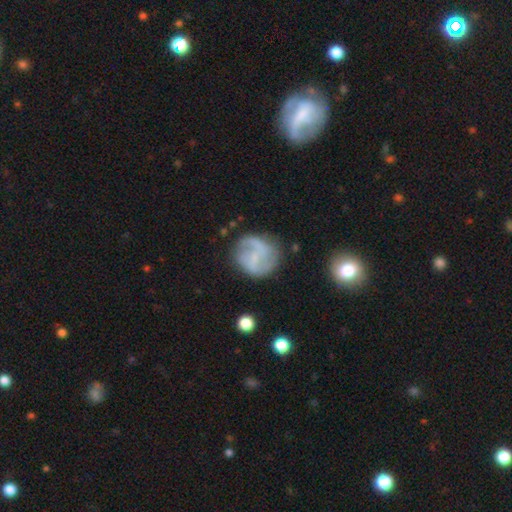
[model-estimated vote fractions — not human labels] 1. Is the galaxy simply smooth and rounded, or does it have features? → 65% featured or disk, 27% smooth, 7% star or artifact.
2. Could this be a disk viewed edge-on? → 98% no, 2% yes.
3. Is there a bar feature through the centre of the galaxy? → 45% weak, 42% no, 13% strong.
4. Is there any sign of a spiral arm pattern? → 82% yes, 18% no.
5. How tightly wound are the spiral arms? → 41% medium, 39% loose, 19% tight.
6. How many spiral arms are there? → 67% 2, 16% can't tell, 7% 1, 6% 3, 2% 4, 2% more than 4.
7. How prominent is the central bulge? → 58% small, 27% none, 13% moderate, 1% large, 1% dominant.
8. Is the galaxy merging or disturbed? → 65% none, 20% minor disturbance, 12% major disturbance, 3% merger.